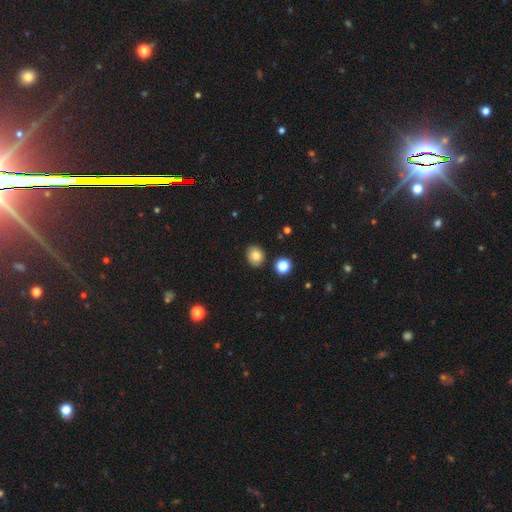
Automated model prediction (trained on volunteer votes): This is clearly a smooth galaxy (83%). How rounded: likely round (65%). Merging: clearly none (87%).